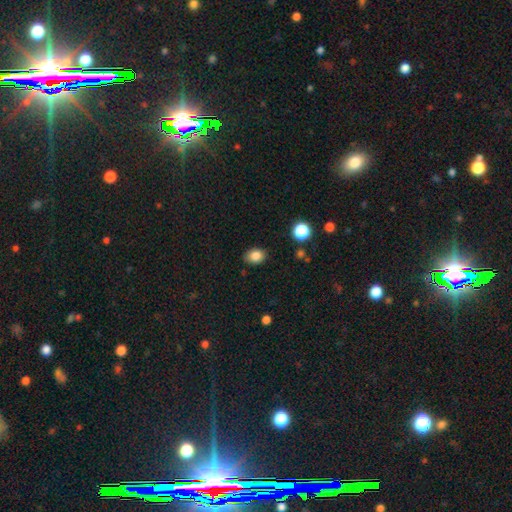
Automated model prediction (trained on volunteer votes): smooth 84%, star or artifact 10%, featured or disk 5%. Down the decision tree: how rounded — in between (67%); merging — none (84%).